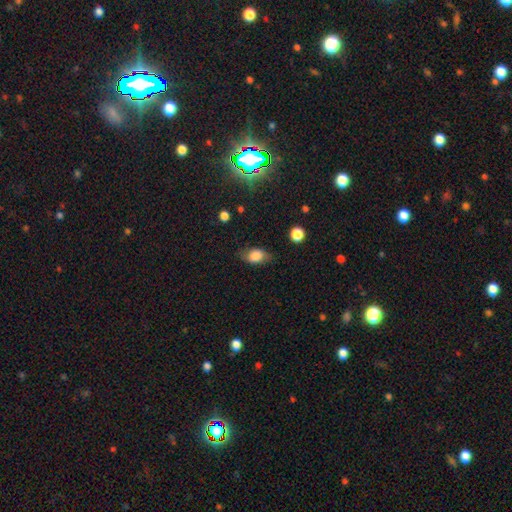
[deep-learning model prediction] A smooth galaxy with no disk features (77%) that is in between round and cigar-shaped (80%). Merging: none (70%).